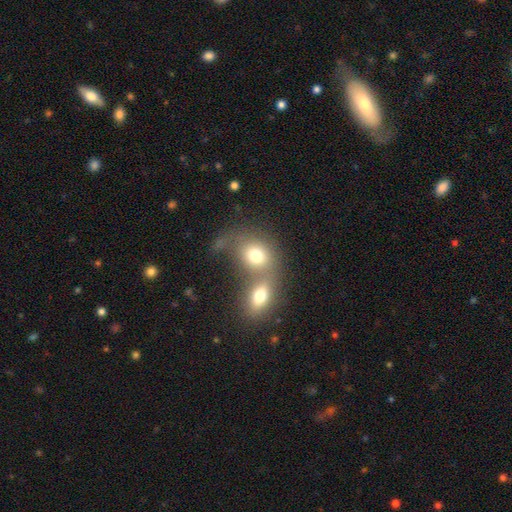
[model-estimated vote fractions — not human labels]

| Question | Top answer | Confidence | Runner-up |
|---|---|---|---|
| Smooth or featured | smooth | 74% | featured or disk (16%) |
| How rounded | round | 54% | in between (45%) |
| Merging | merger | 63% | none (25%) |